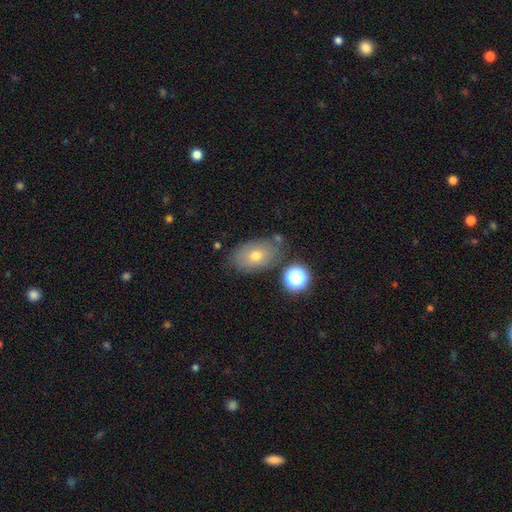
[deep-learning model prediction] smooth_or_featured: smooth (p=0.67) [alt: featured or disk p=0.21]
how_rounded: in between (p=0.84) [alt: round p=0.14]
merging: none (p=0.70) [alt: minor disturbance p=0.17]